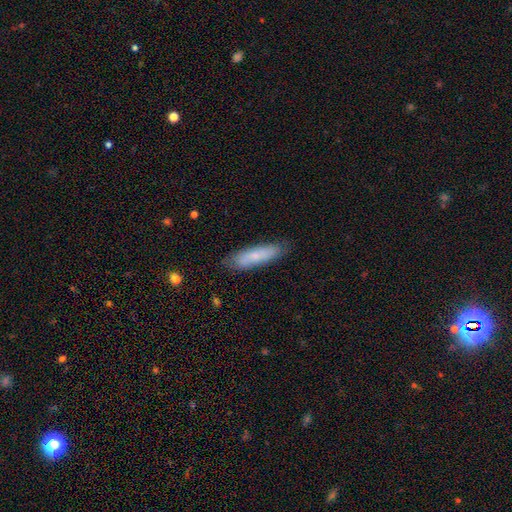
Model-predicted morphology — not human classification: A smooth galaxy with no disk features (64%) that is cigar-shaped (63%).

Vote fractions:
- Smooth or featured? smooth: 64% / featured or disk: 29% / star or artifact: 6%
- How rounded? cigar-shaped: 63% / in between: 35% / round: 2%
- Merging? none: 81% / minor disturbance: 15% / major disturbance: 3% / merger: 1%